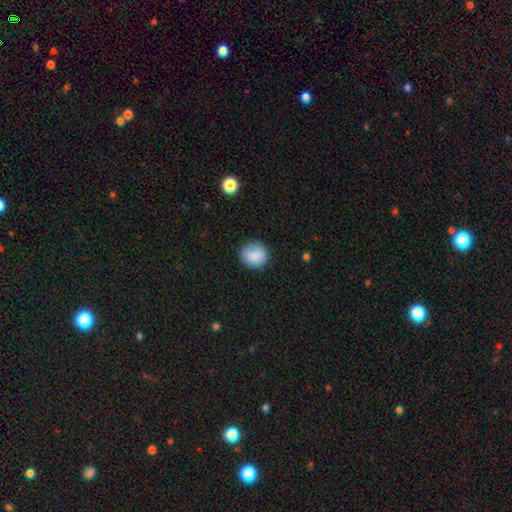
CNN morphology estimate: smooth-or-featured: smooth: 87% | star or artifact: 8% | featured or disk: 5%
  how-rounded: round: 87% | in between: 12% | cigar-shaped: 1%
  merging: none: 86% | minor disturbance: 10% | major disturbance: 3% | merger: 1%